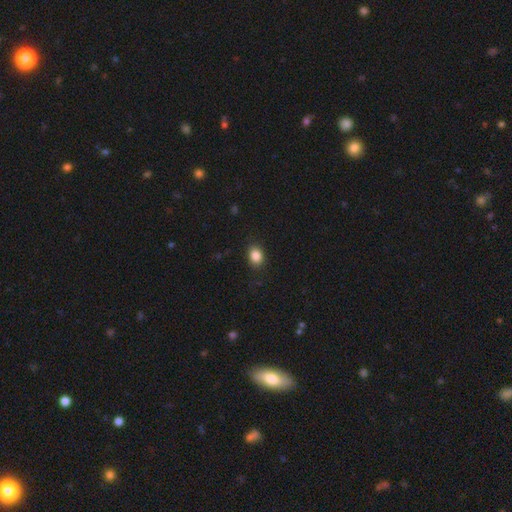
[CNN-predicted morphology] A smooth galaxy with no disk features (86%) that is in between round and cigar-shaped (62%). Merging: none (86%).